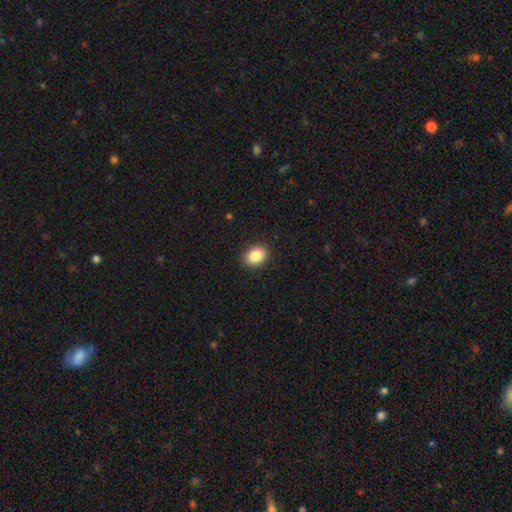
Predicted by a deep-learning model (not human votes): The model was most divided on "how rounded": in between: 54%, round: 45%, cigar-shaped: 1%. More confident: merging — none (91%); smooth or featured — smooth (86%).